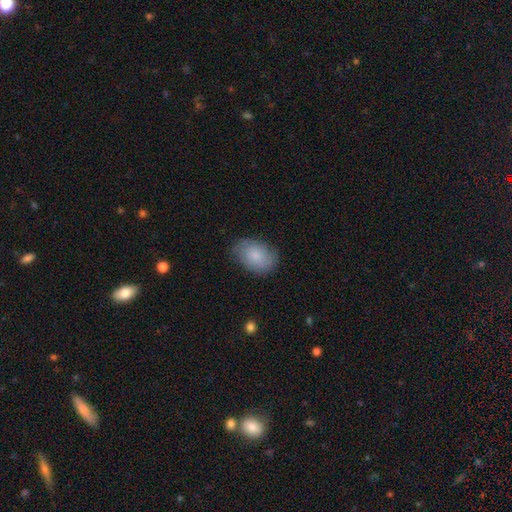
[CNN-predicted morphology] type=smooth (69%); roundness=in between (82%); merging=none (76%).